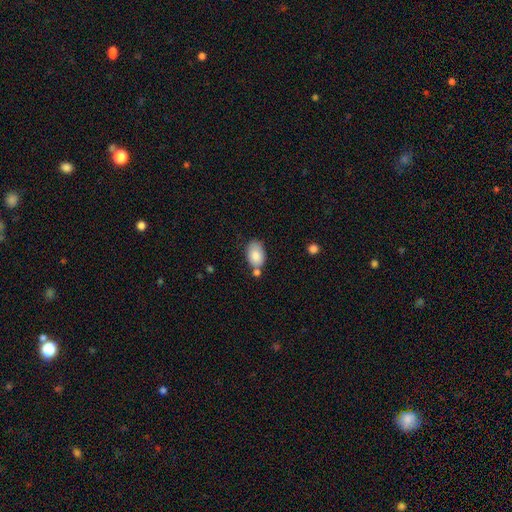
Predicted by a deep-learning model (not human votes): Morphology: type=smooth (83%); roundness=in between (89%); merging=none (56%).